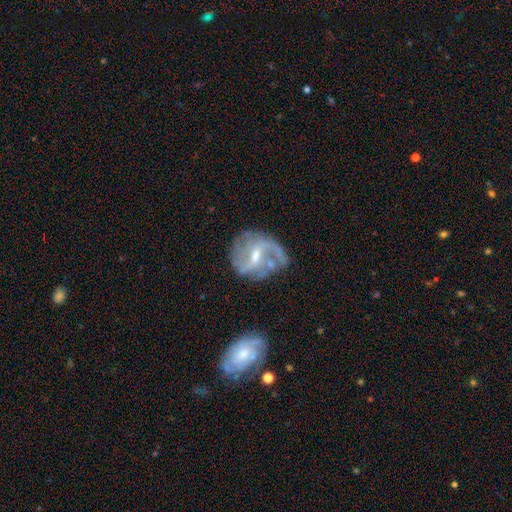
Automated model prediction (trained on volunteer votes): A featured or disk galaxy (82%) with a weak bar (51%), 2 (59%) loose (47%) spiral arms (90%) and a small central bulge (47%). Merging: none (55%).